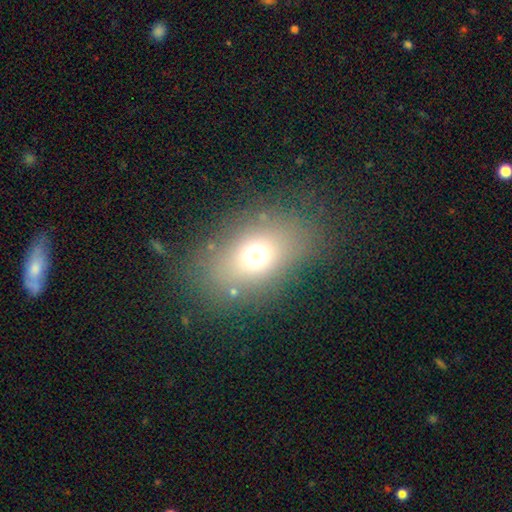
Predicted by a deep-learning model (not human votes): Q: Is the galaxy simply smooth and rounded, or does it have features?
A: smooth — 67%.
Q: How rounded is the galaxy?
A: in between — 72%.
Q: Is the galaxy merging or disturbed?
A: none — 79%.